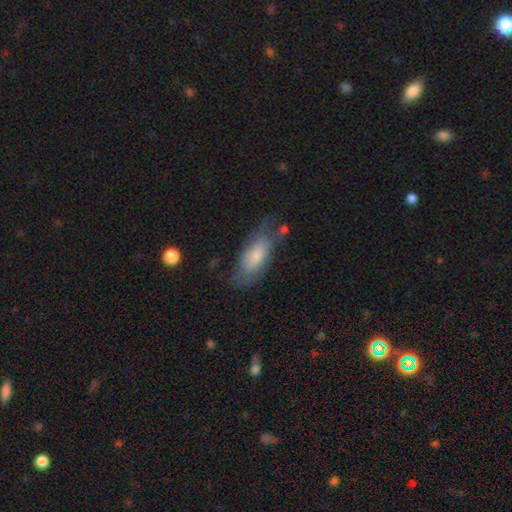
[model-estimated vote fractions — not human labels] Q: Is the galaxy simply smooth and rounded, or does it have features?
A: smooth — 62%.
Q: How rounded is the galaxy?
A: in between — 79%.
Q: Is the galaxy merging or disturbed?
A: none — 58%.